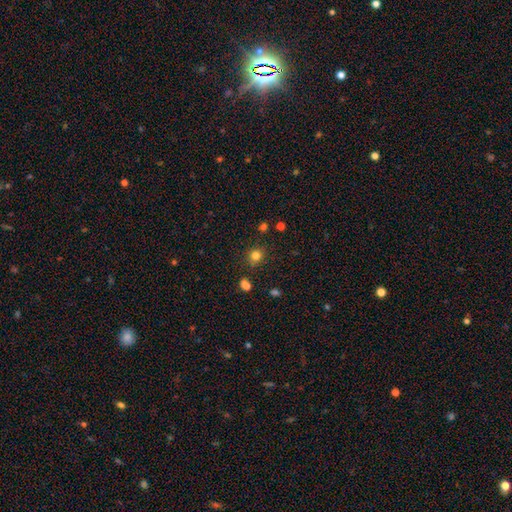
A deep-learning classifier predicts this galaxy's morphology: type=smooth (79%); roundness=round (82%); merging=none (79%).